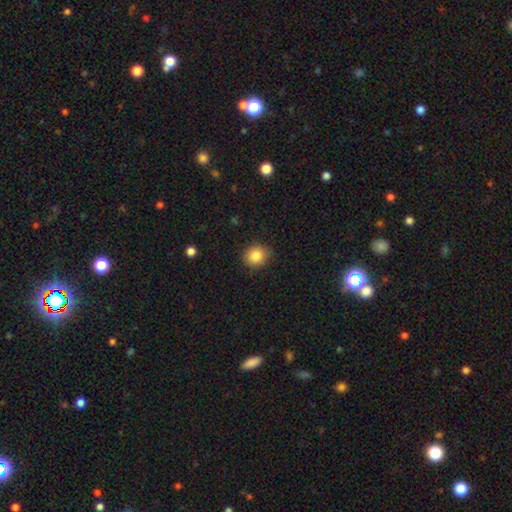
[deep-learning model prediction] smooth_or_featured: smooth (p=0.85) [alt: star or artifact p=0.10]
how_rounded: round (p=0.79) [alt: in between p=0.20]
merging: none (p=0.86) [alt: minor disturbance p=0.11]